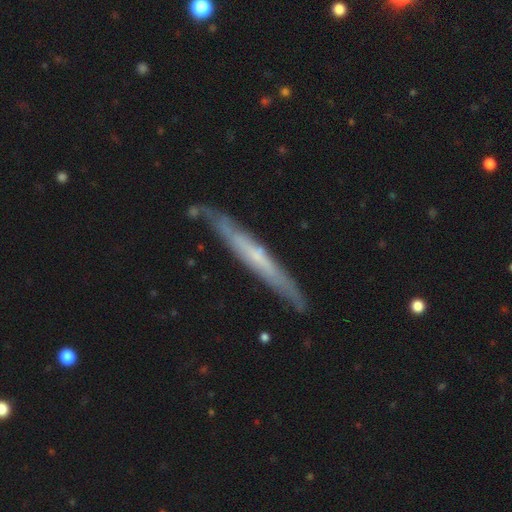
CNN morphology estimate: Smooth or featured? Predicted: featured or disk (p=0.64). Edge-on disk? Predicted: yes (p=0.88). Edge-on bulge? Predicted: none (p=0.71). Merging? Predicted: none (p=0.79).